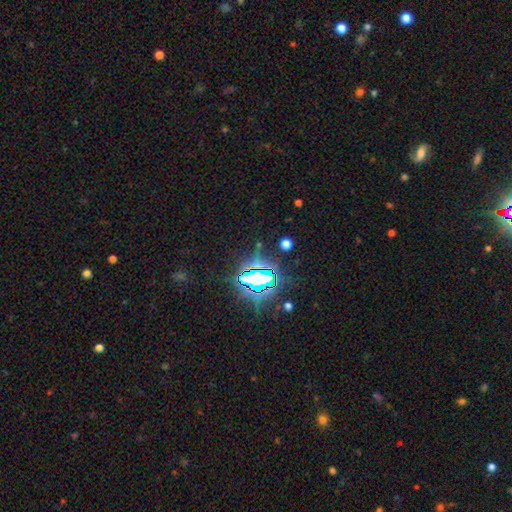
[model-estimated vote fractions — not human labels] The model was most divided on "smooth or featured": star or artifact: 83%, smooth: 10%, featured or disk: 7%.